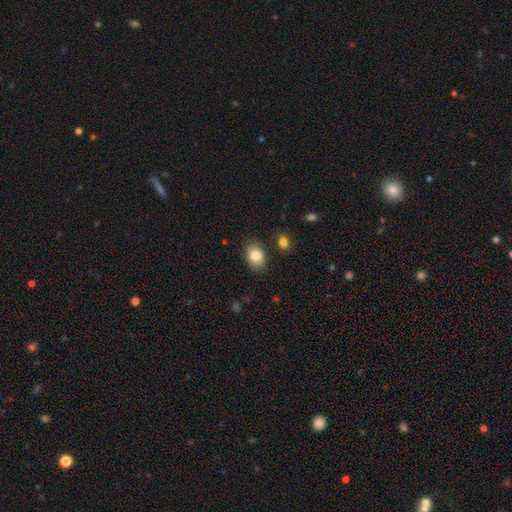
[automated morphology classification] A smooth galaxy with no disk features (83%) that is in between round and cigar-shaped (67%).

Vote fractions:
- Smooth or featured? smooth: 83% / star or artifact: 8% / featured or disk: 8%
- How rounded? in between: 67% / round: 32% / cigar-shaped: 1%
- Merging? none: 83% / minor disturbance: 12% / merger: 3% / major disturbance: 3%